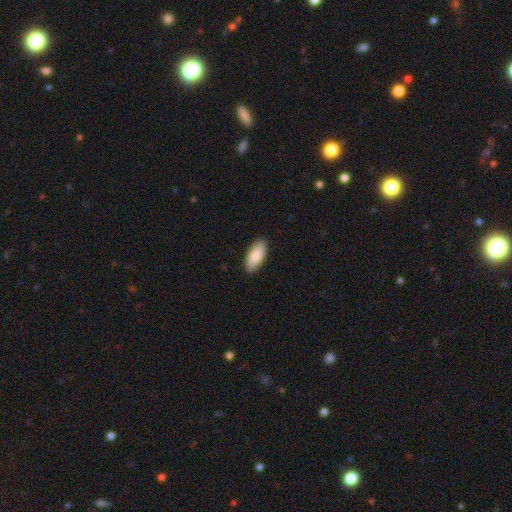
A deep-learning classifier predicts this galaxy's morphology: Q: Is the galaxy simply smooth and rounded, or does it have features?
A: smooth — 87%.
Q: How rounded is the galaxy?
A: in between — 87%.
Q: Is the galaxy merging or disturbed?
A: none — 90%.